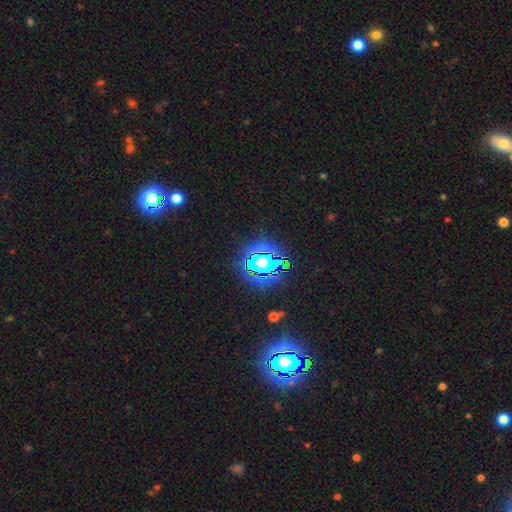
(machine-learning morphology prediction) Overall: star or artifact (81%).